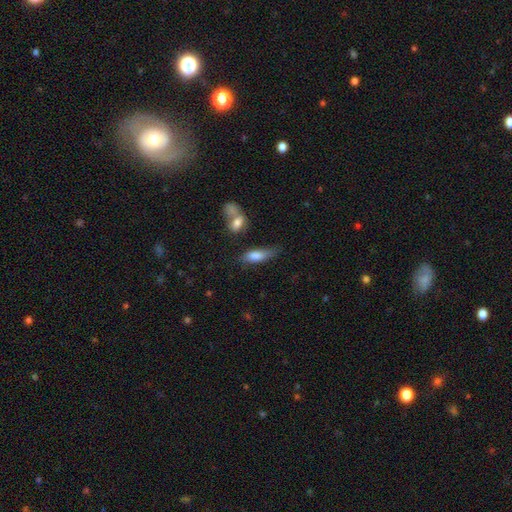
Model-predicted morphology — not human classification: A smooth galaxy with no disk features (77%) that is in between round and cigar-shaped (60%).

Vote fractions:
- Smooth or featured? smooth: 77% / featured or disk: 15% / star or artifact: 7%
- How rounded? in between: 60% / cigar-shaped: 38% / round: 3%
- Merging? none: 49% / minor disturbance: 30% / major disturbance: 11% / merger: 10%